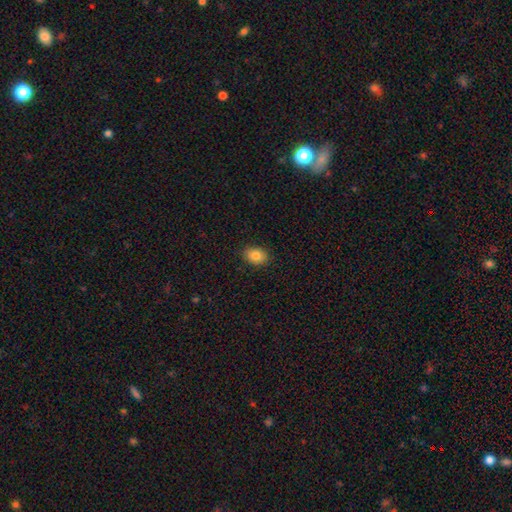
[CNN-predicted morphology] Overall: smooth (84%). How rounded: in between (71%). Merging: none (87%).